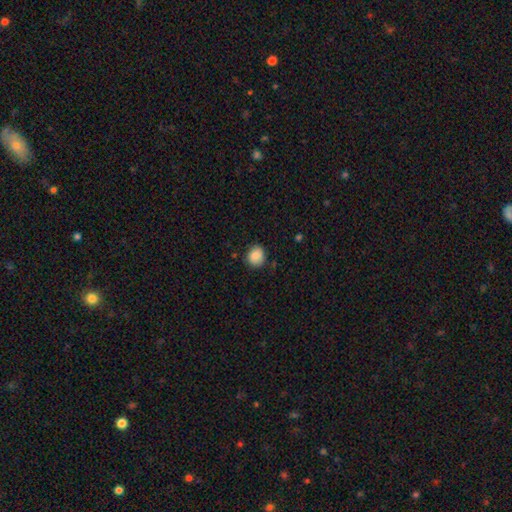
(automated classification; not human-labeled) A smooth galaxy with no disk features (87%) that is round (74%).

Vote fractions:
- Smooth or featured? smooth: 87% / star or artifact: 8% / featured or disk: 5%
- How rounded? round: 74% / in between: 25% / cigar-shaped: 1%
- Merging? none: 81% / minor disturbance: 15% / major disturbance: 3% / merger: 1%